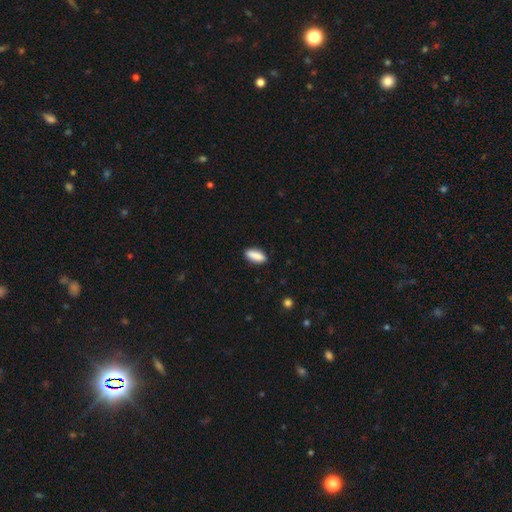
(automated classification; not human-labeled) Q: Smooth or featured?
A: smooth (88%); runner-up: star or artifact (6%)
Q: How rounded?
A: in between (75%); runner-up: cigar-shaped (23%)
Q: Merging?
A: none (88%); runner-up: minor disturbance (9%)